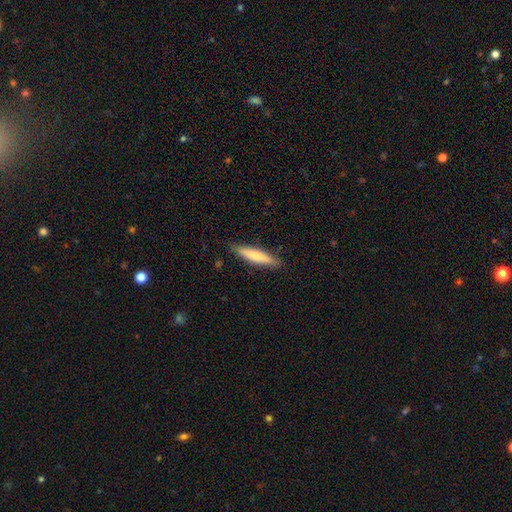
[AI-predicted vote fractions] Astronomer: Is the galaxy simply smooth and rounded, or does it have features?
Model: smooth — 71%.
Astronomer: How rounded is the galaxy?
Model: cigar-shaped — 84%.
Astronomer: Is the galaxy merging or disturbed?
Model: none — 87%.